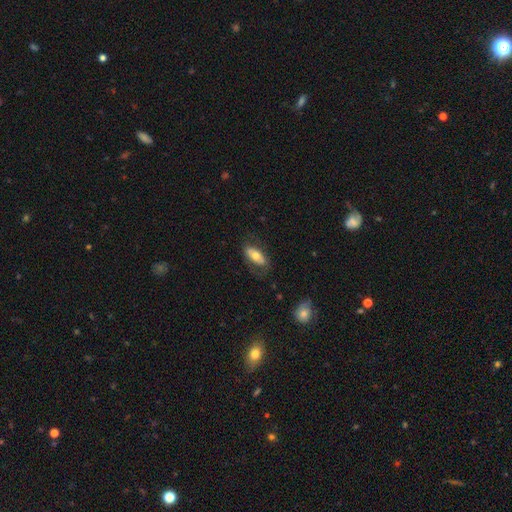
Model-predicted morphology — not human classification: The model was most divided on "smooth or featured": smooth: 60%, featured or disk: 34%, star or artifact: 6%. More confident: how rounded — in between (81%); merging — none (69%).